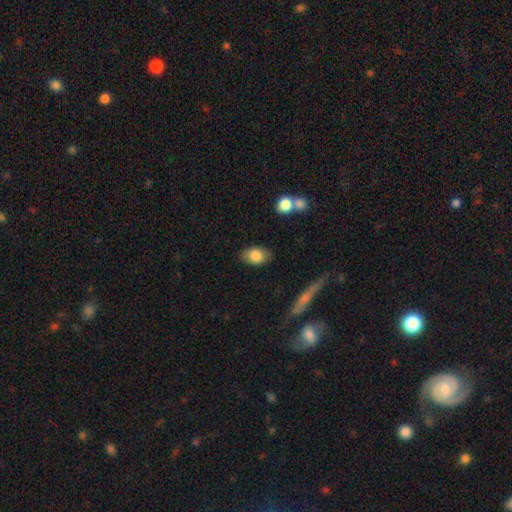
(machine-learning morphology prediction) smooth_or_featured: smooth (p=0.81) [alt: featured or disk p=0.11]
how_rounded: in between (p=0.87) [alt: round p=0.11]
merging: none (p=0.83) [alt: minor disturbance p=0.12]